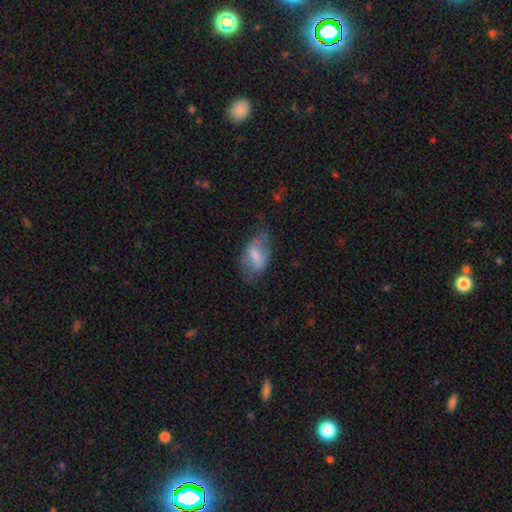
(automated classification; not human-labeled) Overall: smooth (57%; featured or disk 36%). How rounded: in between (89%). Merging: none (50%; minor disturbance 30%).